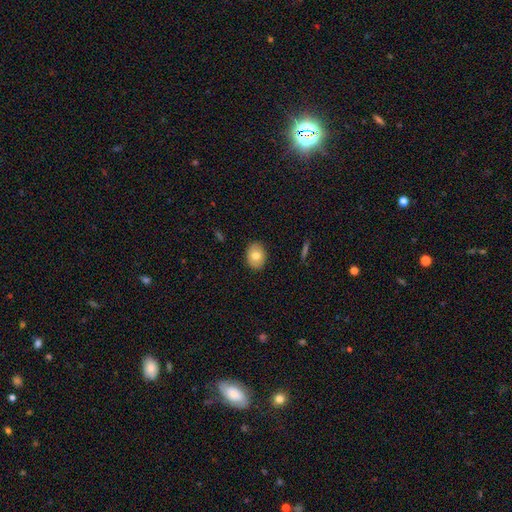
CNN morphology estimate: smooth 76%, featured or disk 16%, star or artifact 8%. Down the decision tree: how rounded — in between (66%); merging — none (89%).